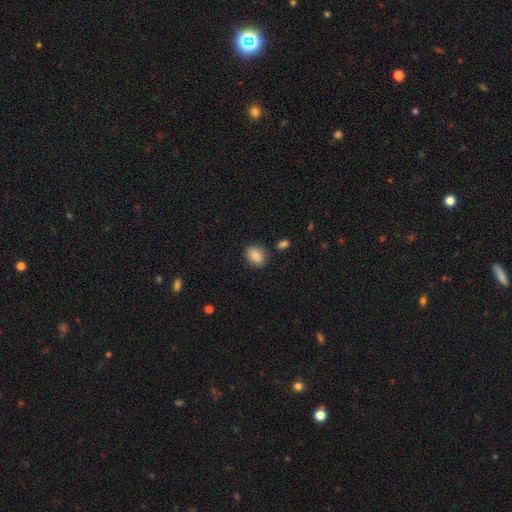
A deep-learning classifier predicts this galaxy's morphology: The model was most divided on "how rounded": round: 51%, in between: 48%, cigar-shaped: 1%. More confident: smooth or featured — smooth (86%); merging — none (83%).